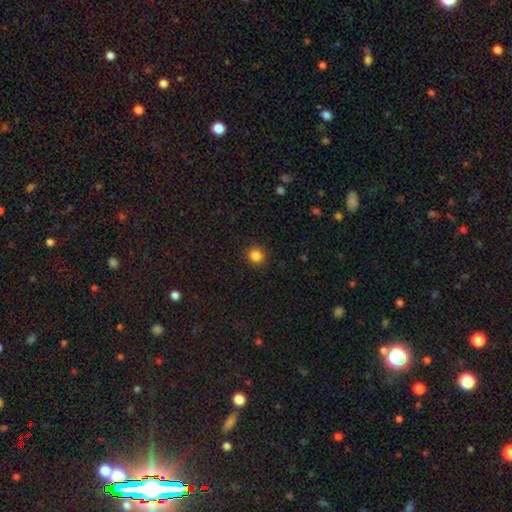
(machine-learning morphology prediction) Smooth or featured? smooth (85%)
How rounded? round (91%)
Merging? none (91%)